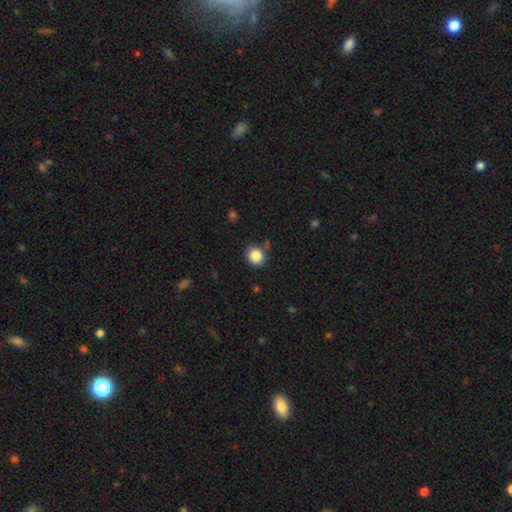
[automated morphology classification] This appears to be a smooth galaxy with no disk features (86%) that is round (81%). Merging: none (81%).